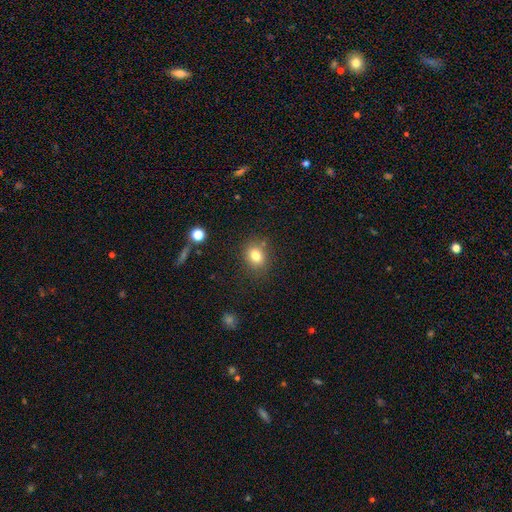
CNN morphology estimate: type=smooth (80%); roundness=round (57%); merging=none (78%).